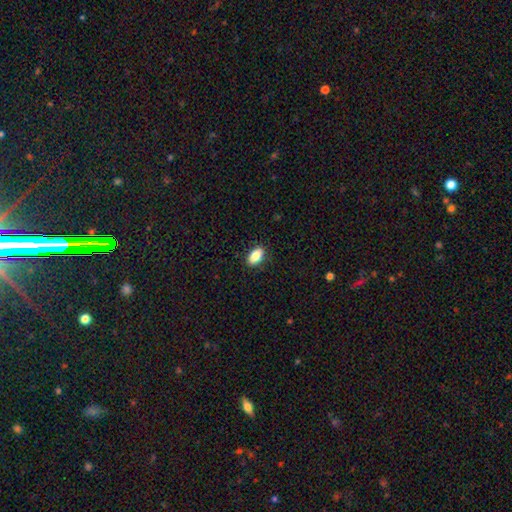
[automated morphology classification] Smooth or featured? Predicted: smooth (p=0.83). How rounded? Predicted: in between (p=0.91). Merging? Predicted: none (p=0.88).